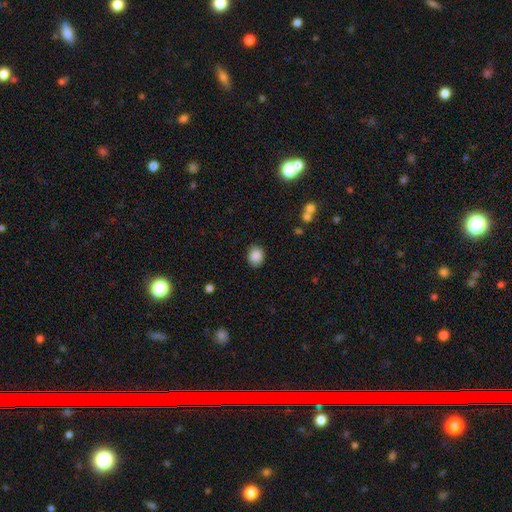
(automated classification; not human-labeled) Smooth or featured? smooth (87%)
How rounded? round (54%)
Merging? none (84%)